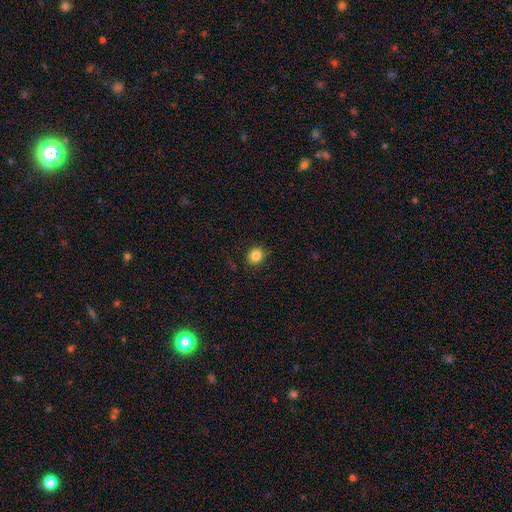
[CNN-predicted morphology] This is clearly a smooth galaxy (84%). How rounded: likely round (76%). Merging: clearly none (86%).